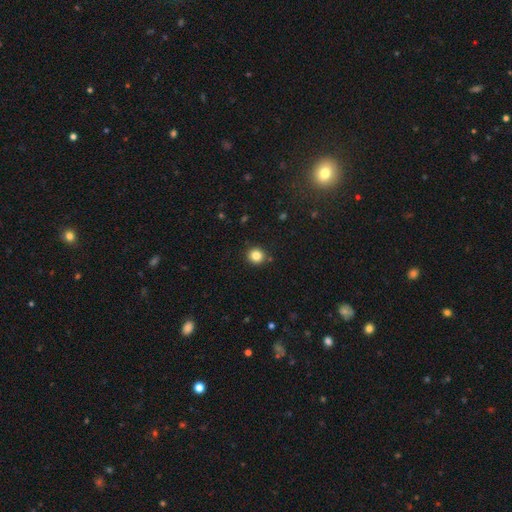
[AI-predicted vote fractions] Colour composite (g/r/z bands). It shows a smooth galaxy with no disk features (83%) that is round (90%). Merging: none (90%).